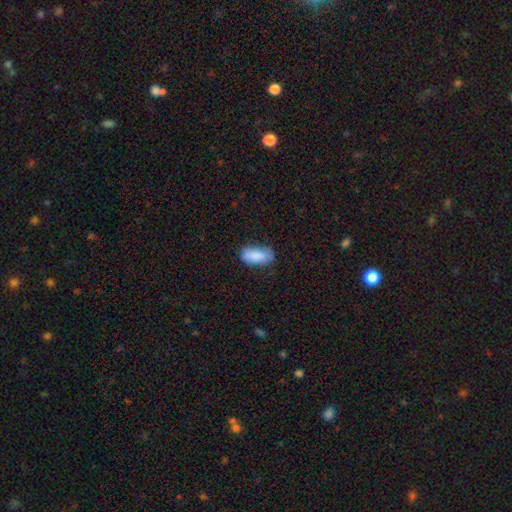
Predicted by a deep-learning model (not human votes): A smooth galaxy with no disk features (85%) that is in between round and cigar-shaped (87%).

Vote fractions:
- Smooth or featured? smooth: 85% / featured or disk: 8% / star or artifact: 7%
- How rounded? in between: 87% / cigar-shaped: 10% / round: 3%
- Merging? none: 68% / minor disturbance: 25% / major disturbance: 6% / merger: 2%